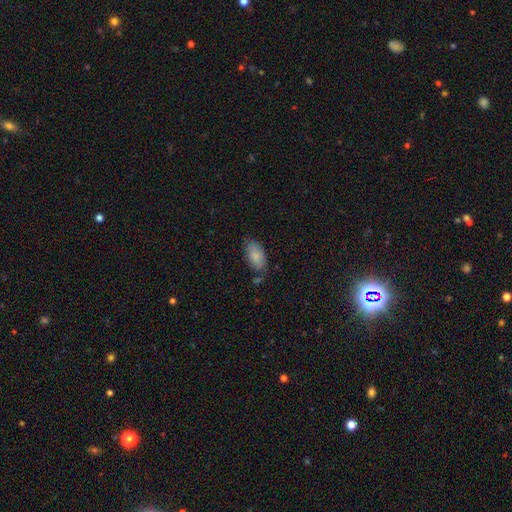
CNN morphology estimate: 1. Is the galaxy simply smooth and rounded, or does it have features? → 84% smooth, 9% featured or disk, 7% star or artifact.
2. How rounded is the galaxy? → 94% in between, 3% cigar-shaped, 3% round.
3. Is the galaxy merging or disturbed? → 65% none, 24% minor disturbance, 6% major disturbance, 5% merger.